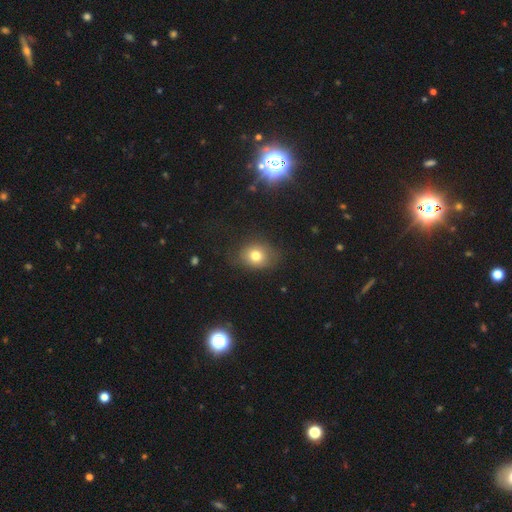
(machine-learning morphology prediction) smooth-or-featured: smooth: 76% | star or artifact: 13% | featured or disk: 11%
  how-rounded: round: 60% | in between: 39% | cigar-shaped: 1%
  merging: none: 72% | minor disturbance: 19% | major disturbance: 7% | merger: 2%